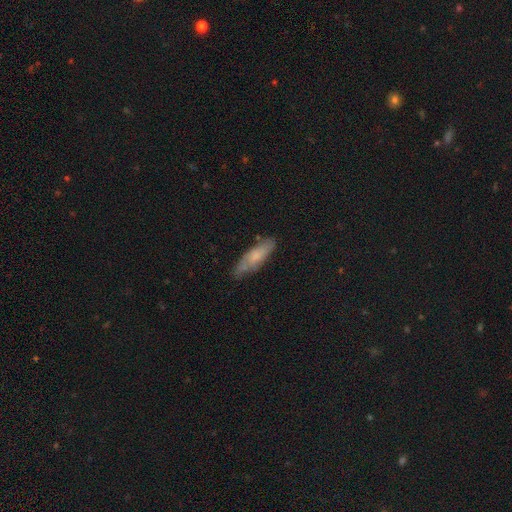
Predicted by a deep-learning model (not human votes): smooth_or_featured: smooth (p=0.59) [alt: featured or disk p=0.35]
how_rounded: cigar-shaped (p=0.51) [alt: in between p=0.47]
merging: none (p=0.70) [alt: minor disturbance p=0.23]